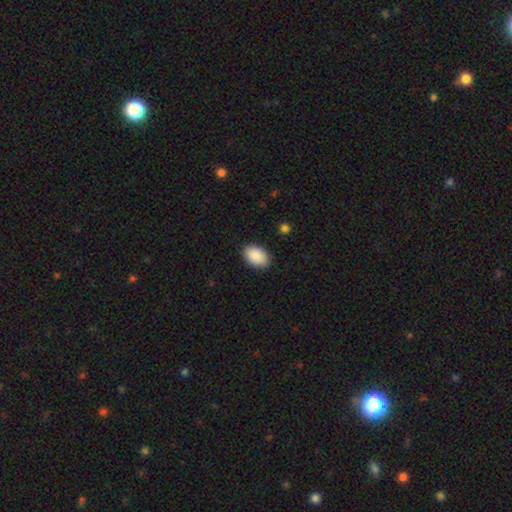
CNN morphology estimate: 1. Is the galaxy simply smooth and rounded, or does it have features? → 90% smooth, 6% star or artifact, 4% featured or disk.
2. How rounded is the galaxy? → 90% in between, 9% round, 1% cigar-shaped.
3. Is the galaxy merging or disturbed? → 88% none, 9% minor disturbance, 2% major disturbance, 1% merger.